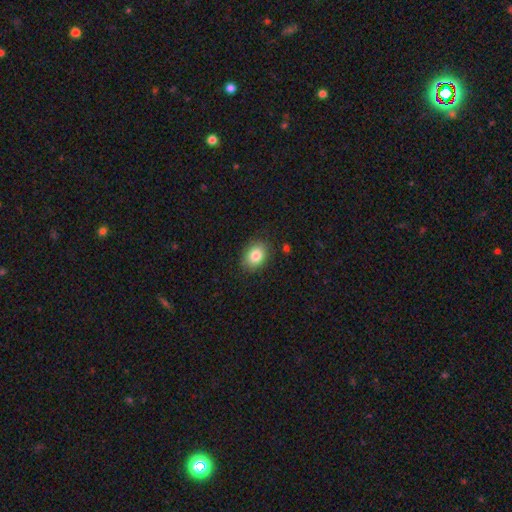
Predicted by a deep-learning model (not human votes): This is clearly a smooth galaxy (83%). How rounded: likely in between (67%). Merging: clearly none (85%).